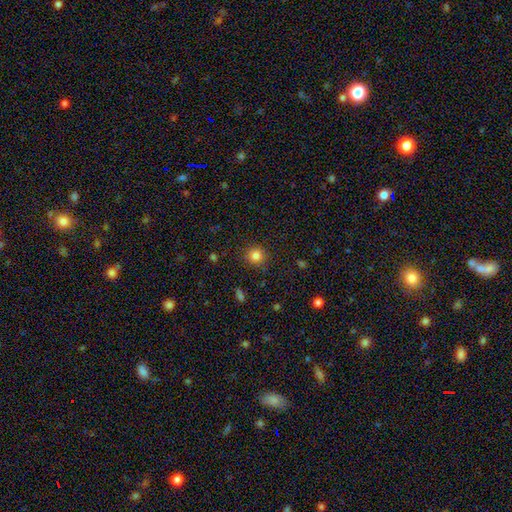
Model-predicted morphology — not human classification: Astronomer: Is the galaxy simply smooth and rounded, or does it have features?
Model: smooth — 82%.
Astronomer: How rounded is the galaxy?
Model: round — 93%.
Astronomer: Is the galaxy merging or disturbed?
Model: none — 88%.